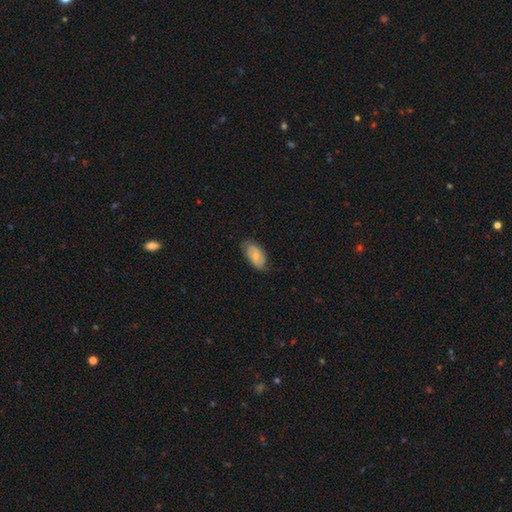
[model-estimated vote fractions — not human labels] Smooth or featured?
  - smooth: 57% *
  - featured or disk: 37%
  - star or artifact: 6%
How rounded?
  - in between: 93% *
  - round: 4%
  - cigar-shaped: 3%
Merging?
  - none: 72% *
  - minor disturbance: 22%
  - major disturbance: 4%
  - merger: 1%